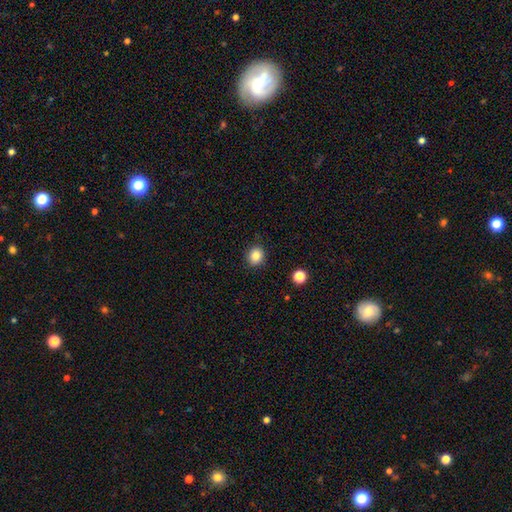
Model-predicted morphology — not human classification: Q: Smooth or featured?
A: smooth (85%); runner-up: star or artifact (11%)
Q: How rounded?
A: round (71%); runner-up: in between (28%)
Q: Merging?
A: none (88%); runner-up: minor disturbance (8%)